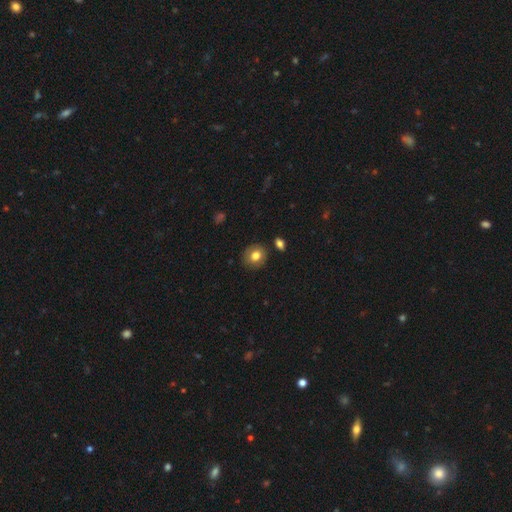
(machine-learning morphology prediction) A smooth galaxy with no disk features (78%) that is round (80%). Merging: none (86%).